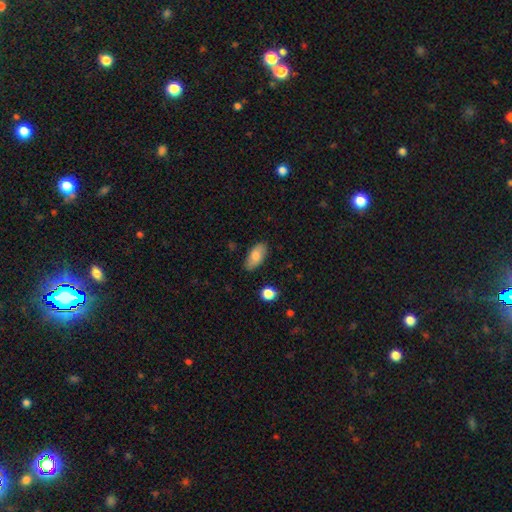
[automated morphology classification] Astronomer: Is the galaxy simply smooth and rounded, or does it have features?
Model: smooth — 78%.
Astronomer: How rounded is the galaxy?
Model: in between — 91%.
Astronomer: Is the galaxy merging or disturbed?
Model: none — 85%.